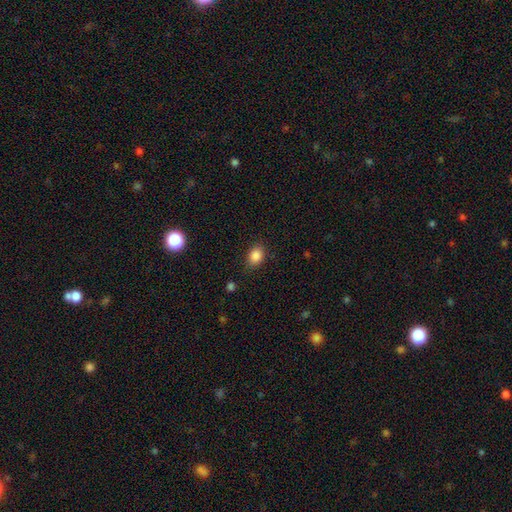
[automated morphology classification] Smooth or featured? Predicted: smooth (p=0.86). How rounded? Predicted: in between (p=0.65). Merging? Predicted: none (p=0.81).